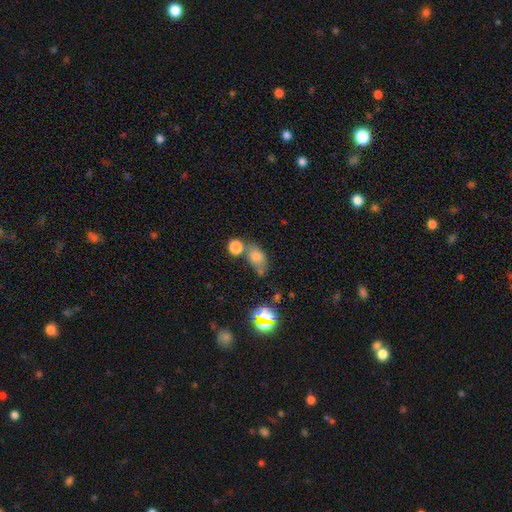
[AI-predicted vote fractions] Smooth or featured? smooth (73%)
How rounded? in between (77%)
Merging? none (44%)